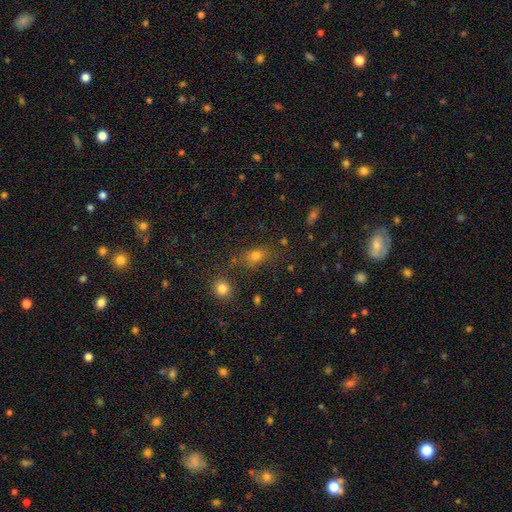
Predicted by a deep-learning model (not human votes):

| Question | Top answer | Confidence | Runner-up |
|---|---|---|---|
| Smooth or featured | smooth | 70% | star or artifact (21%) |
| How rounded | in between | 62% | round (33%) |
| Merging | none | 69% | minor disturbance (15%) |